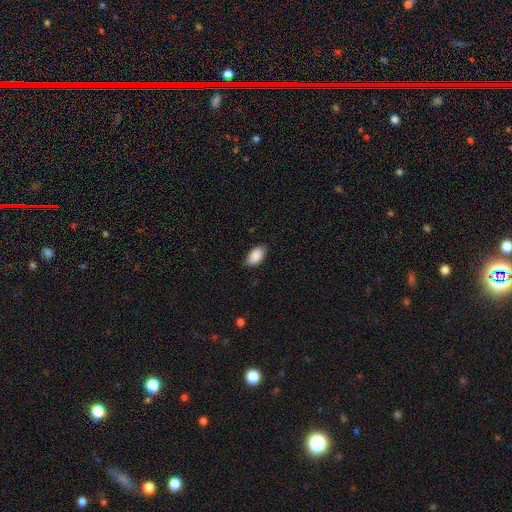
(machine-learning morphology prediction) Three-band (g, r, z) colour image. It shows a smooth galaxy with no disk features (89%) that is in between round and cigar-shaped (94%). Merging: none (79%).